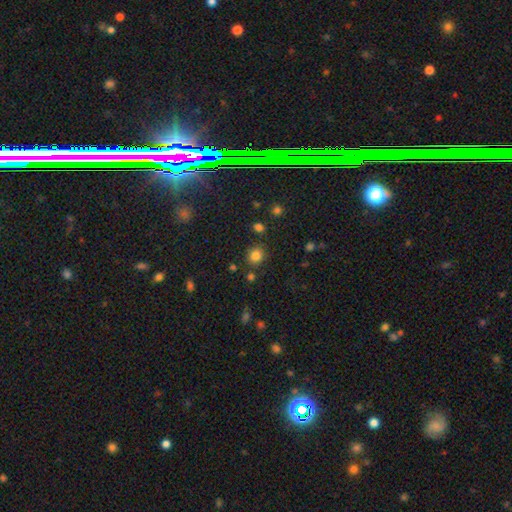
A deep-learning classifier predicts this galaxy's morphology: Smooth or featured? Predicted: smooth (p=0.81). How rounded? Predicted: round (p=0.84). Merging? Predicted: none (p=0.84).